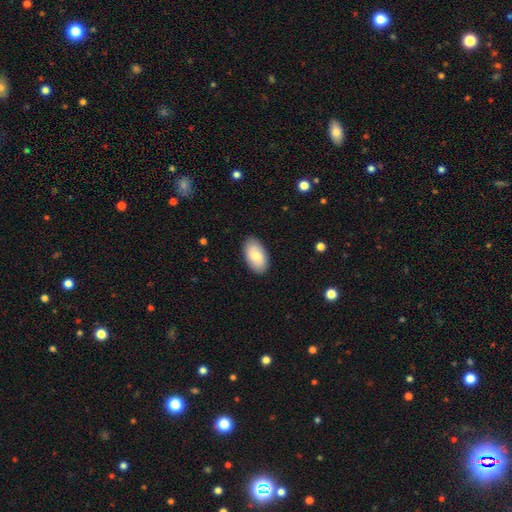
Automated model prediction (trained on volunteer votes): Smooth or featured? Predicted: smooth (p=0.75). How rounded? Predicted: in between (p=0.95). Merging? Predicted: none (p=0.87).